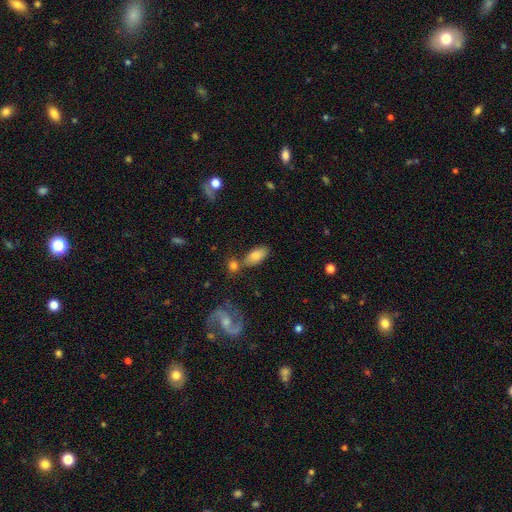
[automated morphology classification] type=smooth (77%); roundness=in between (89%); merging=none (62%).